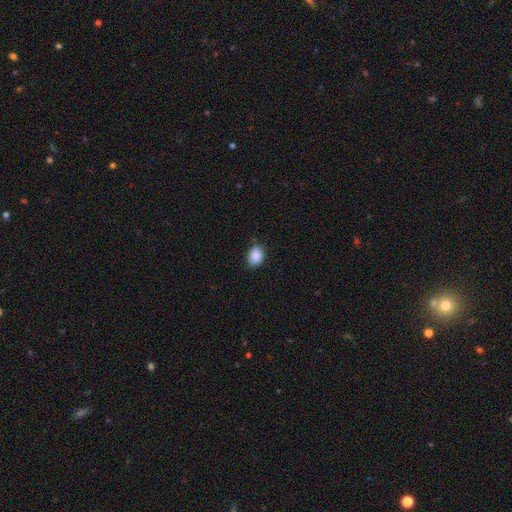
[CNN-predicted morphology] A smooth galaxy with no disk features (88%) that is in between round and cigar-shaped (72%). Merging: none (77%).